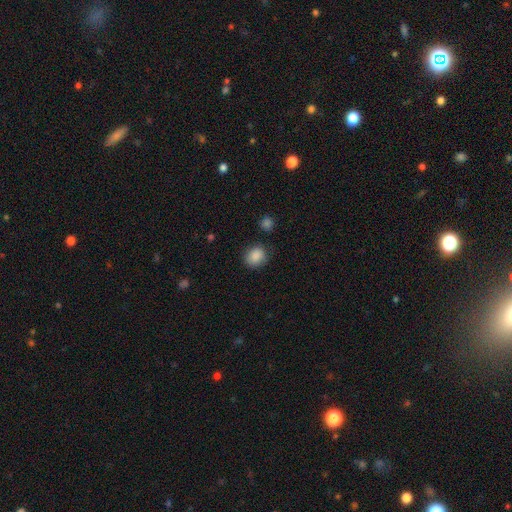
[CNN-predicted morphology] A smooth galaxy with no disk features (88%) that is round (64%).

Vote fractions:
- Smooth or featured? smooth: 88% / star or artifact: 8% / featured or disk: 4%
- How rounded? round: 64% / in between: 35% / cigar-shaped: 1%
- Merging? none: 78% / minor disturbance: 15% / major disturbance: 4% / merger: 3%